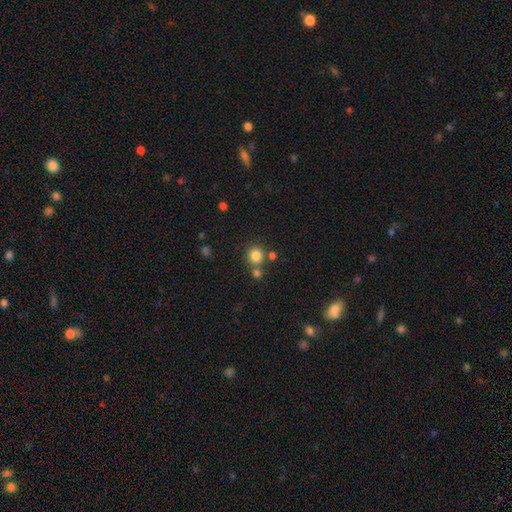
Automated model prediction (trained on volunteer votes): Overall: smooth (82%). How rounded: round (90%). Merging: none (67%).